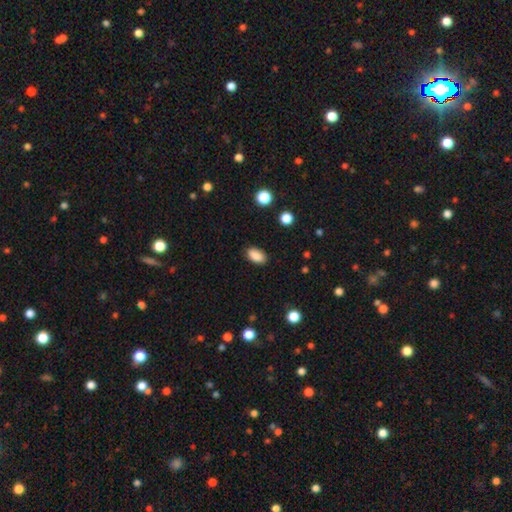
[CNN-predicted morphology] type=smooth (88%); roundness=in between (92%); merging=none (88%).